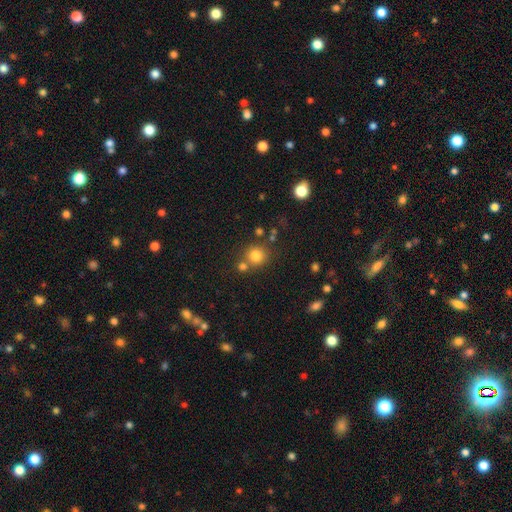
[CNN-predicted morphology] smooth 80%, star or artifact 13%, featured or disk 7%. Down the decision tree: how rounded — round (90%); merging — none (66%).